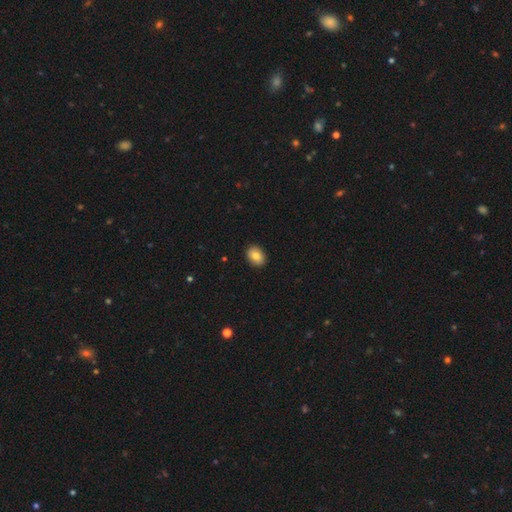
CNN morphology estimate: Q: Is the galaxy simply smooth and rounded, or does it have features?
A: smooth — 83%.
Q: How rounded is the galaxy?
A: in between — 72%.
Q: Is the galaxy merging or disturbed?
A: none — 90%.